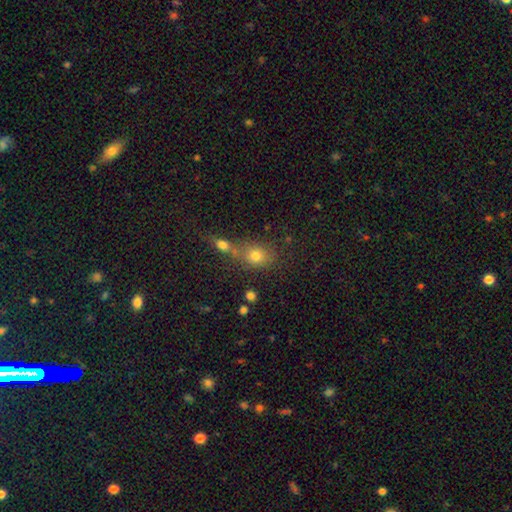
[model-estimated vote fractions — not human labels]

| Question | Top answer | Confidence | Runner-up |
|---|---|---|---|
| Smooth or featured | smooth | 75% | star or artifact (15%) |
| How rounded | round | 60% | in between (38%) |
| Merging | none | 46% | merger (39%) |